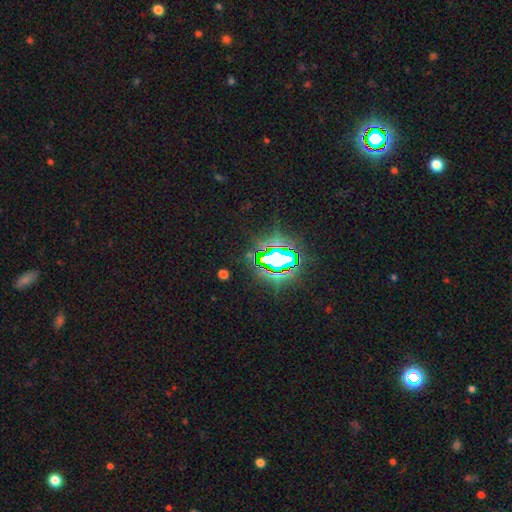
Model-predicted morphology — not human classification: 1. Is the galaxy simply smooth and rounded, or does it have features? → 82% star or artifact, 10% smooth, 8% featured or disk.